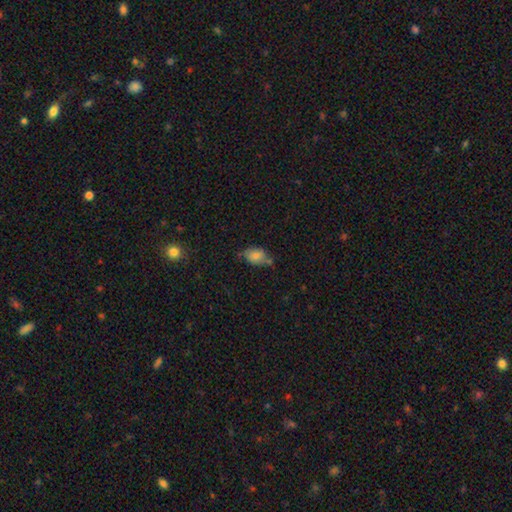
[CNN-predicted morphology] Q: Smooth or featured?
A: smooth (68%); runner-up: featured or disk (20%)
Q: How rounded?
A: in between (79%); runner-up: round (19%)
Q: Merging?
A: none (51%); runner-up: minor disturbance (31%)